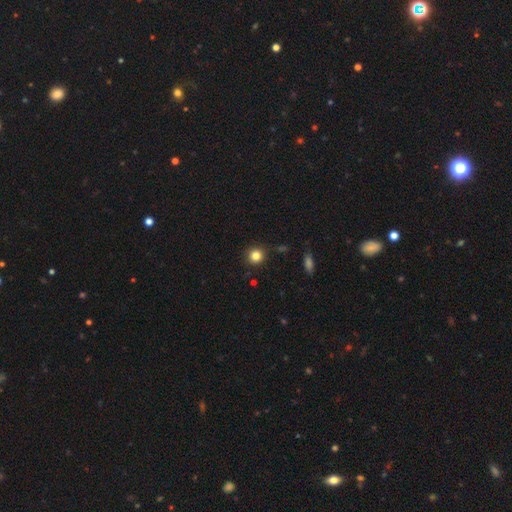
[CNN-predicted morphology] Smooth or featured? smooth (83%)
How rounded? round (92%)
Merging? none (89%)